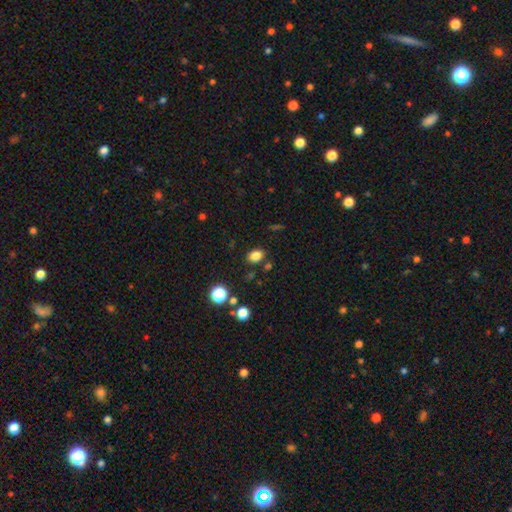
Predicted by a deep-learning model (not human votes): Morphology: type=smooth (82%); roundness=in between (66%); merging=none (83%).